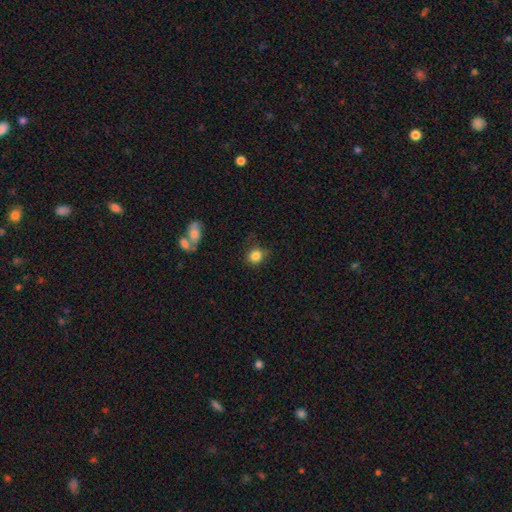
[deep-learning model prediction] Morphology: type=smooth (84%); roundness=round (77%); merging=none (72%).